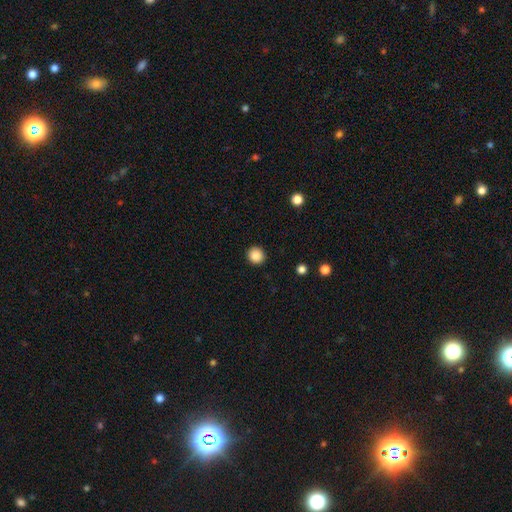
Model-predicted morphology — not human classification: The model was most divided on "smooth or featured": smooth: 87%, star or artifact: 10%, featured or disk: 4%. More confident: merging — none (92%); how rounded — round (92%).